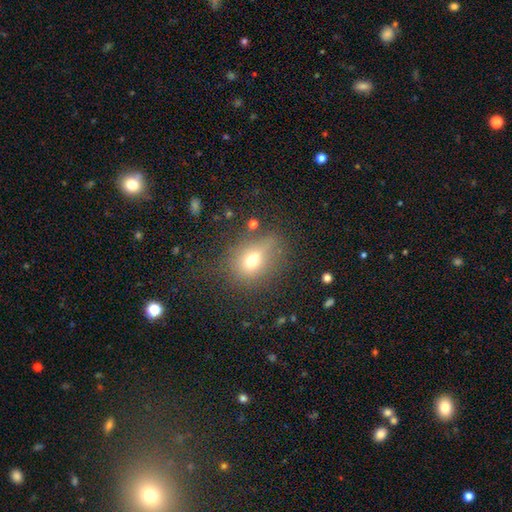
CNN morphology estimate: smooth-or-featured: smooth: 62% | featured or disk: 19% | star or artifact: 18%
  how-rounded: round: 52% | in between: 45% | cigar-shaped: 3%
  merging: none: 62% | minor disturbance: 21% | major disturbance: 12% | merger: 4%